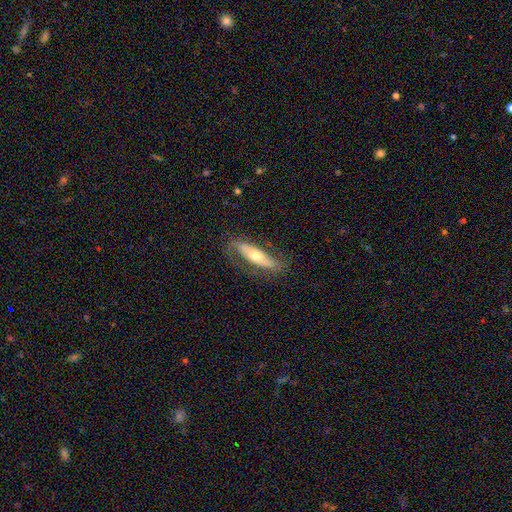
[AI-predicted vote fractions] Smooth or featured?
  - featured or disk: 62% *
  - smooth: 32%
  - star or artifact: 6%
Edge-on disk?
  - no: 60% *
  - yes: 40%
Merging?
  - none: 70% *
  - minor disturbance: 18%
  - major disturbance: 10%
  - merger: 1%